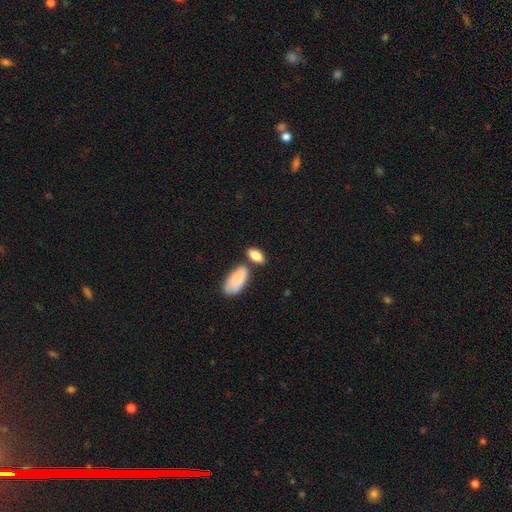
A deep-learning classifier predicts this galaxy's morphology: A smooth galaxy with no disk features (83%) that is in between round and cigar-shaped (88%). Merging: none (60%).